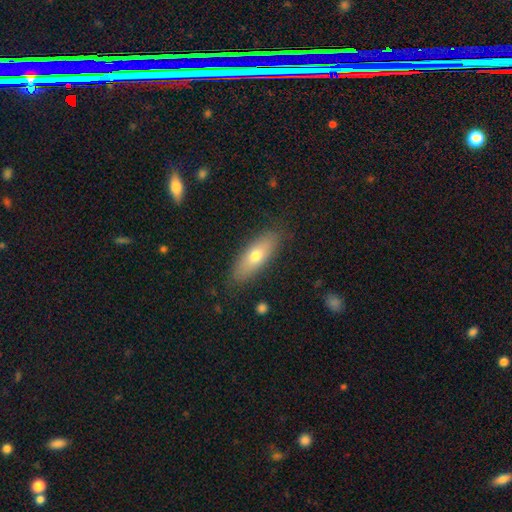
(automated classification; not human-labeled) Smooth or featured: smooth — 66% (featured or disk — 27%)
How rounded: in between — 63% (cigar-shaped — 34%)
Merging: none — 85% (minor disturbance — 11%)